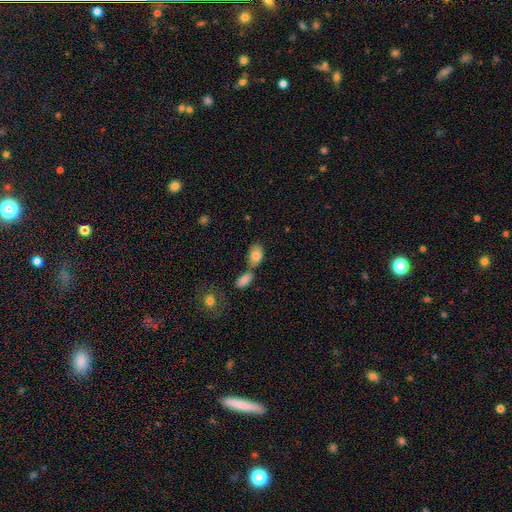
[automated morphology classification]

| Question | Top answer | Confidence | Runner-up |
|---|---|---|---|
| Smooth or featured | smooth | 83% | featured or disk (10%) |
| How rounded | in between | 89% | round (9%) |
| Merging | none | 41% | tied: merger (41%) |